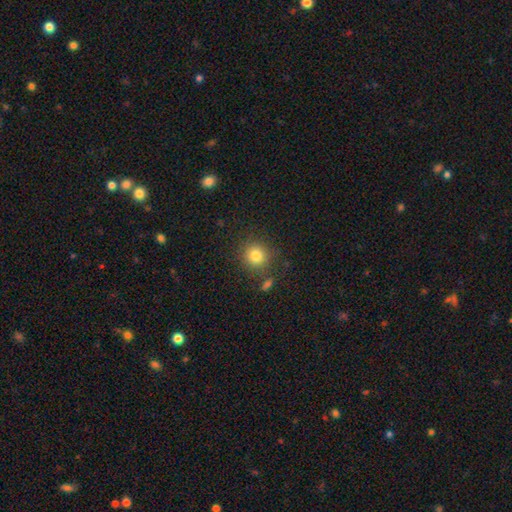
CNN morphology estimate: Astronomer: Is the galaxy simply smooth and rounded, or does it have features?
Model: smooth — 82%.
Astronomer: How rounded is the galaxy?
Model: round — 92%.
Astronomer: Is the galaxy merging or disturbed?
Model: none — 82%.